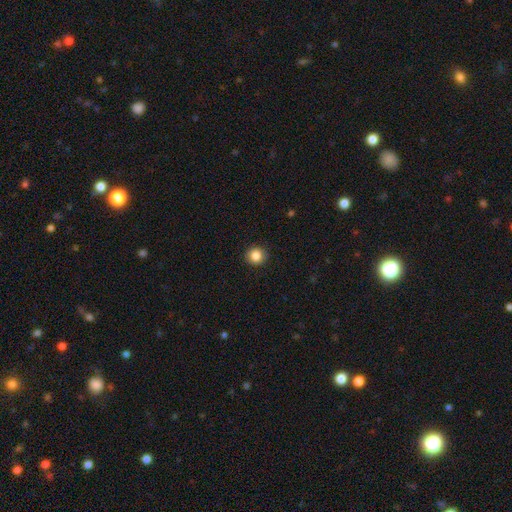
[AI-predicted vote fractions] Overall: smooth (86%). How rounded: round (92%). Merging: none (91%).